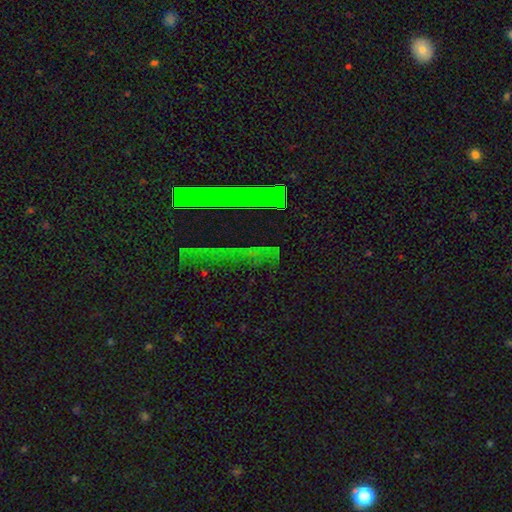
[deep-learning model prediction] A star or artifact, not a galaxy (65%).